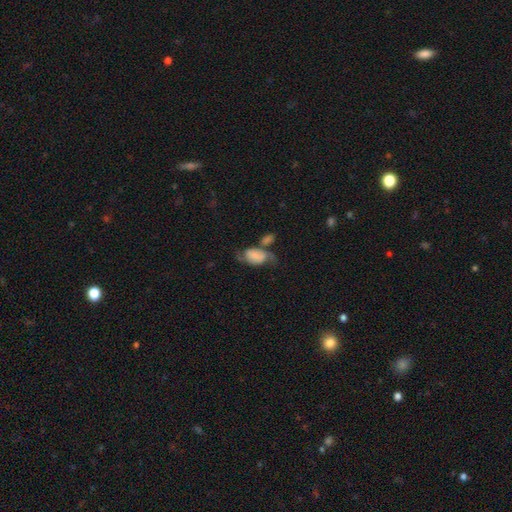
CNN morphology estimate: Smooth or featured? smooth (54%)
How rounded? in between (84%)
Merging? none (33%)